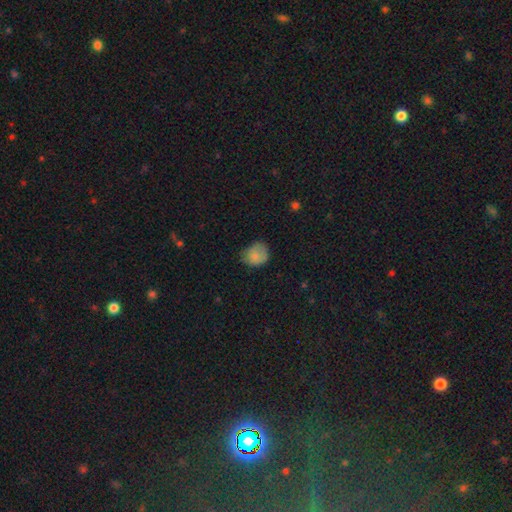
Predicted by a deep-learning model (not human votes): Smooth or featured: smooth — 80% (featured or disk — 11%)
How rounded: round — 67% (in between — 32%)
Merging: none — 51% (minor disturbance — 35%)